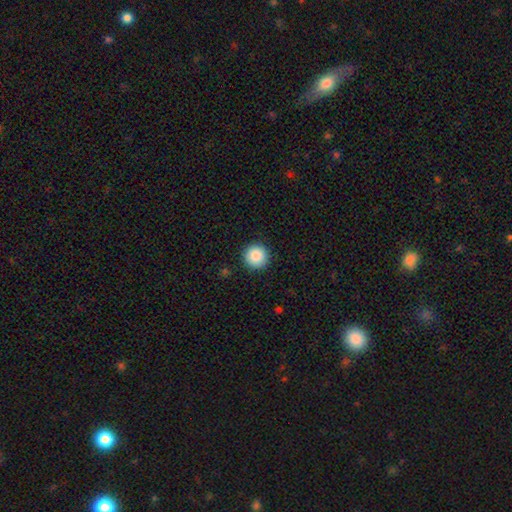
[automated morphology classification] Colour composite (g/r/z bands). It shows a smooth galaxy with no disk features (88%) that is round (96%). Merging: none (92%).